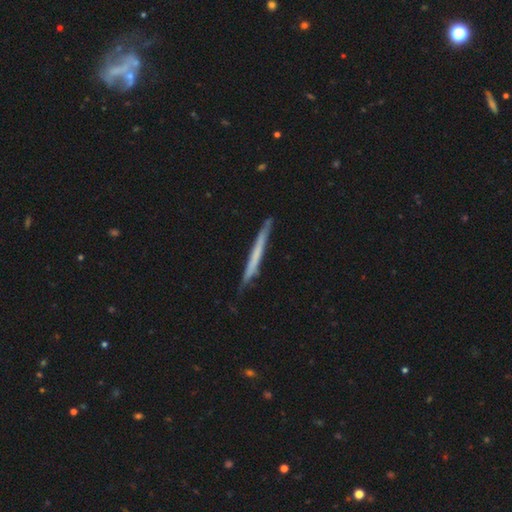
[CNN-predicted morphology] Overall: smooth (49%; featured or disk 45%). Merging: none (85%).